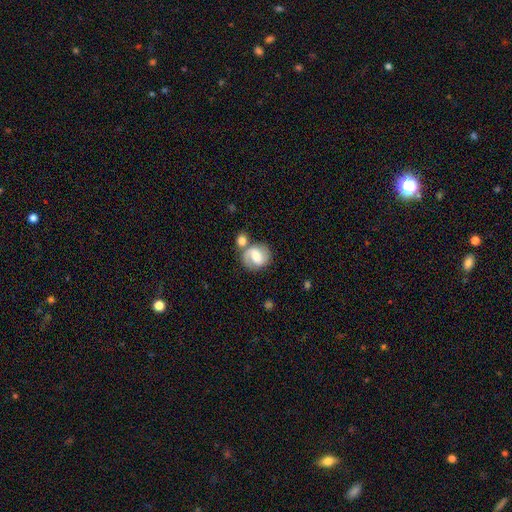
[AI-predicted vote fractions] smooth_or_featured: featured or disk (p=0.61) [alt: smooth p=0.31]
disk_edge_on: no (p=0.97) [alt: yes p=0.03]
bar: weak (p=0.52) [alt: no p=0.25]
has_spiral_arms: yes (p=0.88) [alt: no p=0.12]
spiral_winding: medium (p=0.50) [alt: tight p=0.26]
spiral_arm_count: 2 (p=0.81) [alt: 1 p=0.09]
bulge_size: moderate (p=0.60) [alt: small p=0.25]
merging: none (p=0.54) [alt: merger p=0.26]